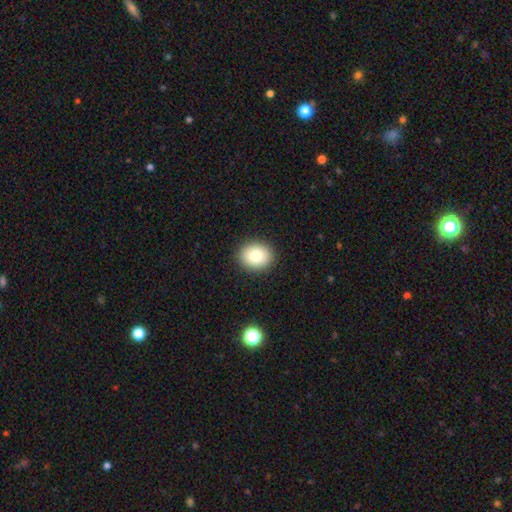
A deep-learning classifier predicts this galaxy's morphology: Smooth or featured? smooth (80%)
How rounded? round (61%)
Merging? none (91%)